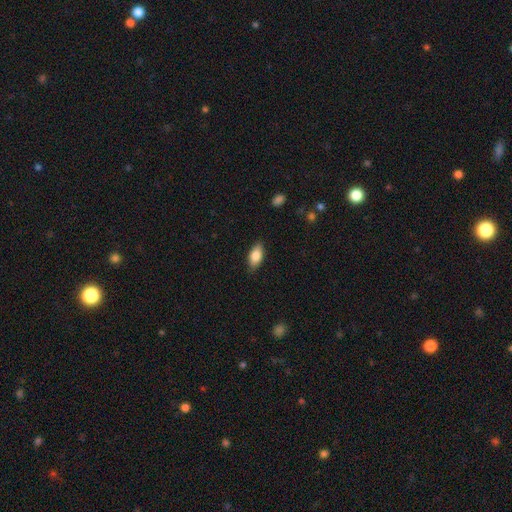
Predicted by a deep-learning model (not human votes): A smooth galaxy with no disk features (84%) that is in between round and cigar-shaped (90%).

Vote fractions:
- Smooth or featured? smooth: 84% / featured or disk: 10% / star or artifact: 7%
- How rounded? in between: 90% / cigar-shaped: 6% / round: 4%
- Merging? none: 84% / minor disturbance: 12% / major disturbance: 3% / merger: 1%